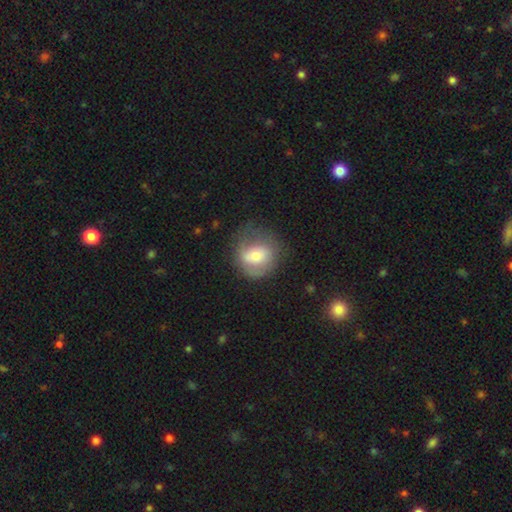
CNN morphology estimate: This is possibly a smooth galaxy (53%). How rounded: likely round (75%). Merging: possibly none (58%).